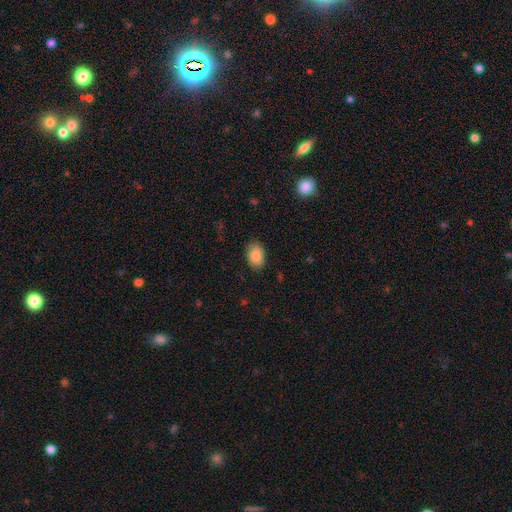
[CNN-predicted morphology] Smooth or featured? smooth (86%)
How rounded? in between (85%)
Merging? none (83%)